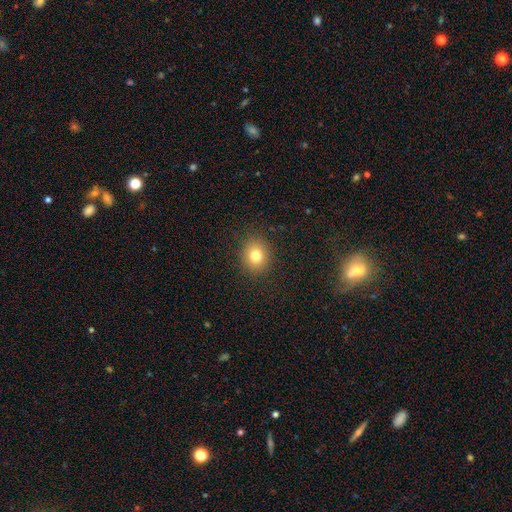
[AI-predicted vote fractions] Smooth or featured: smooth — 78% (star or artifact — 13%)
How rounded: round — 75% (in between — 24%)
Merging: none — 89% (minor disturbance — 7%)